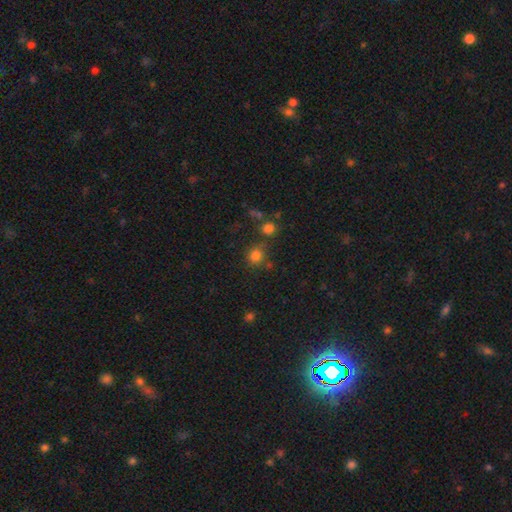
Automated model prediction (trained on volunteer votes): smooth-or-featured: smooth: 78% | star or artifact: 16% | featured or disk: 6%
  how-rounded: round: 86% | in between: 13% | cigar-shaped: 1%
  merging: none: 70% | merger: 13% | minor disturbance: 12% | major disturbance: 5%